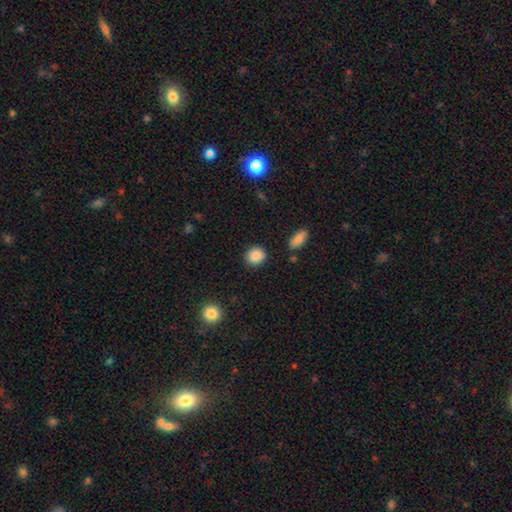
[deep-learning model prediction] Overall: smooth (88%). How rounded: round (81%). Merging: none (88%).